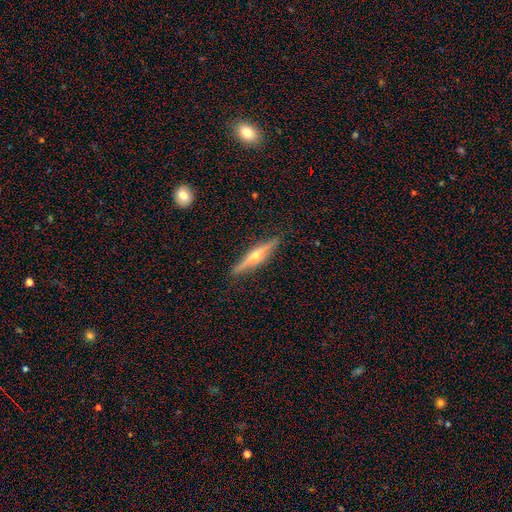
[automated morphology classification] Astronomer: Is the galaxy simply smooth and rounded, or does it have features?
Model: featured or disk — 75%.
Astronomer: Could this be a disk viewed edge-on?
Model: yes — 97%.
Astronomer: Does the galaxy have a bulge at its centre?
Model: rounded — 93%.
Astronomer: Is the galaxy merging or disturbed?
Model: none — 89%.